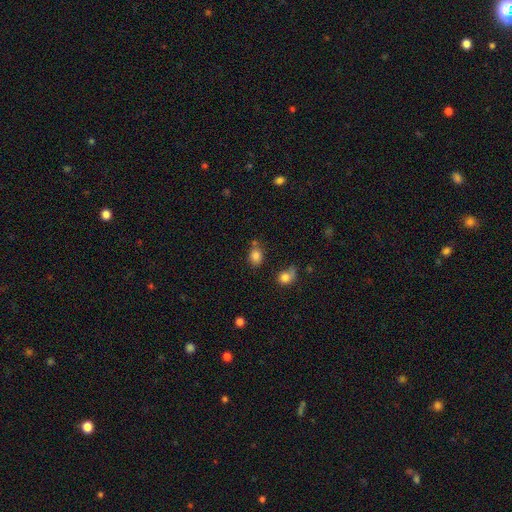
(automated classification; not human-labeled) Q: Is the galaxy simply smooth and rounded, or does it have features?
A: smooth — 82%.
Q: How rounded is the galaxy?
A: in between — 54%.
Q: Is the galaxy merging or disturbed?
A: none — 66%.